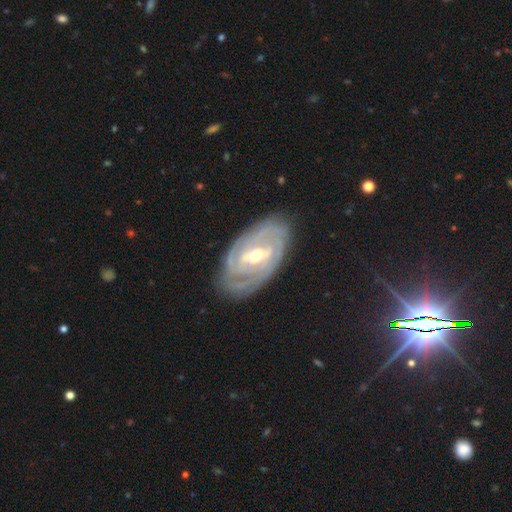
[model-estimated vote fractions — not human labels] smooth-or-featured: featured or disk: 86% | smooth: 9% | star or artifact: 5%
  disk-edge-on: no: 94% | yes: 6%
    bar: weak: 46% | strong: 32% | no: 22%
    has-spiral-arms: yes: 92% | no: 8%
      spiral-winding: tight: 74% | medium: 21% | loose: 5%
      spiral-arm-count: can't tell: 31% | 2: 30% | 3: 21% | 4: 8% | 1: 4% | more than 4: 4%
    bulge-size: moderate: 61% | small: 35% | large: 2% | none: 1% | dominant: 1%
  merging: none: 79% | minor disturbance: 15% | major disturbance: 4% | merger: 1%